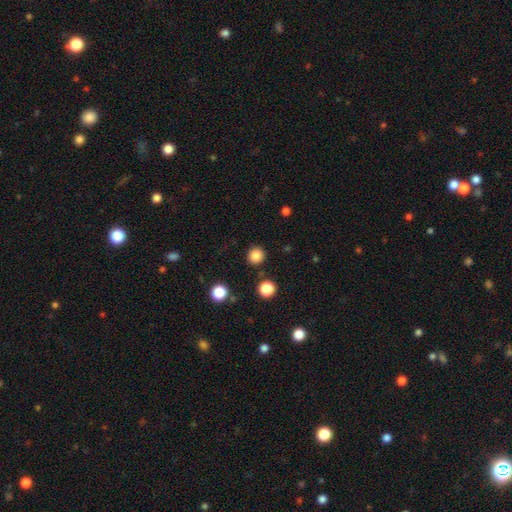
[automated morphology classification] The model was most divided on "smooth or featured": smooth: 84%, star or artifact: 12%, featured or disk: 3%. More confident: how rounded — round (93%); merging — none (90%).